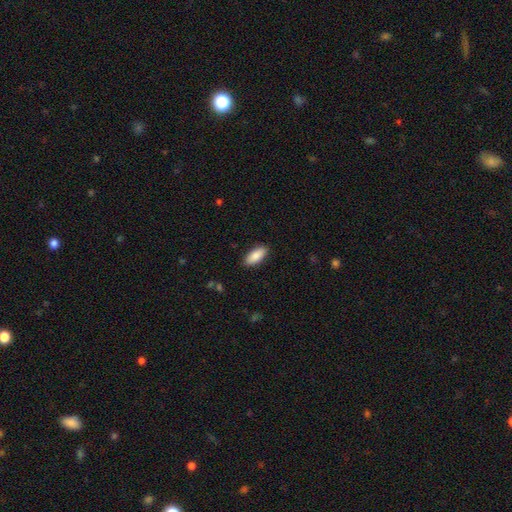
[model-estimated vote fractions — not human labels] Smooth or featured? Predicted: smooth (p=0.87). How rounded? Predicted: in between (p=0.85). Merging? Predicted: none (p=0.89).